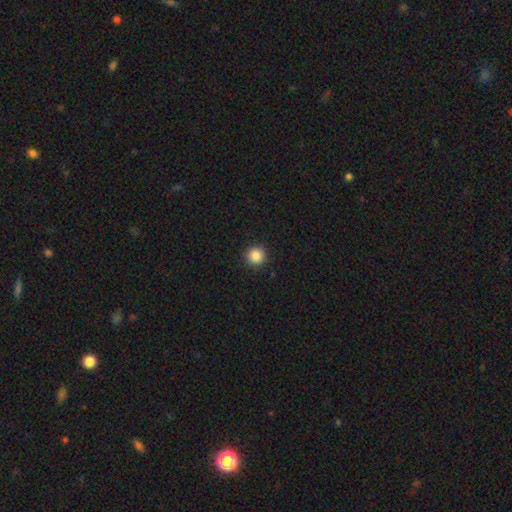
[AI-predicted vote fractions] Smooth or featured?
  - smooth: 87% *
  - star or artifact: 10%
  - featured or disk: 3%
How rounded?
  - round: 95% *
  - in between: 4%
  - cigar-shaped: 1%
Merging?
  - none: 93% *
  - minor disturbance: 5%
  - major disturbance: 2%
  - merger: 1%